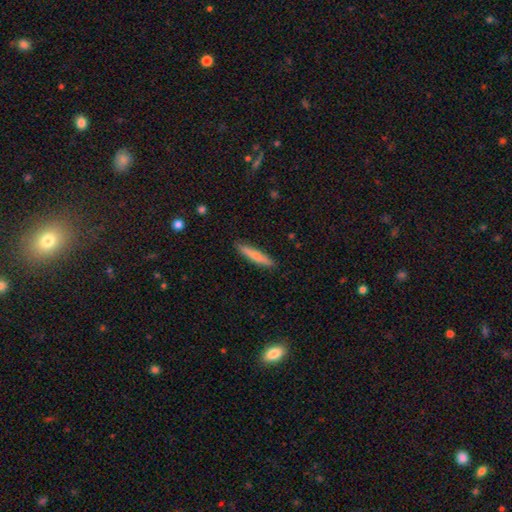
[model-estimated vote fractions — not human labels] The model was most divided on "smooth or featured": smooth: 69%, featured or disk: 25%, star or artifact: 6%. More confident: how rounded — cigar-shaped (91%); merging — none (88%).